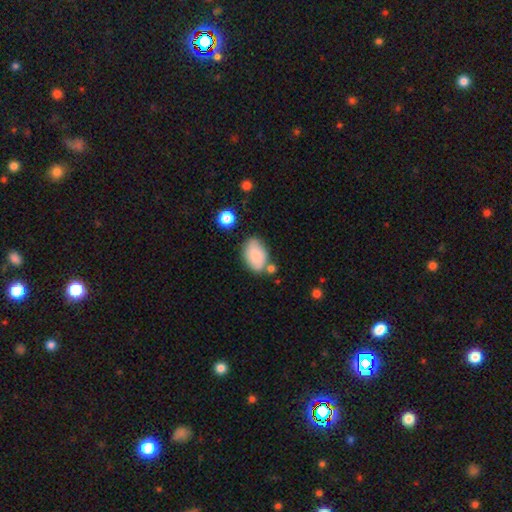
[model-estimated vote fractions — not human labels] Smooth or featured: smooth — 81% (featured or disk — 12%)
How rounded: in between — 90% (round — 9%)
Merging: none — 68% (minor disturbance — 19%)